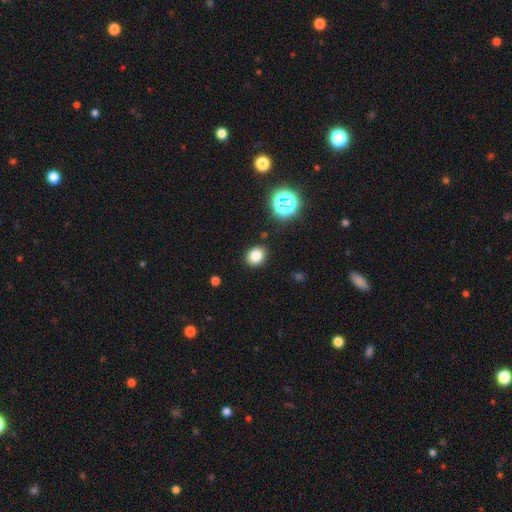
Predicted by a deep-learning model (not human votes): The model was most divided on "how rounded": round: 55%, in between: 45%, cigar-shaped: 1%. More confident: merging — none (88%); smooth or featured — smooth (80%).